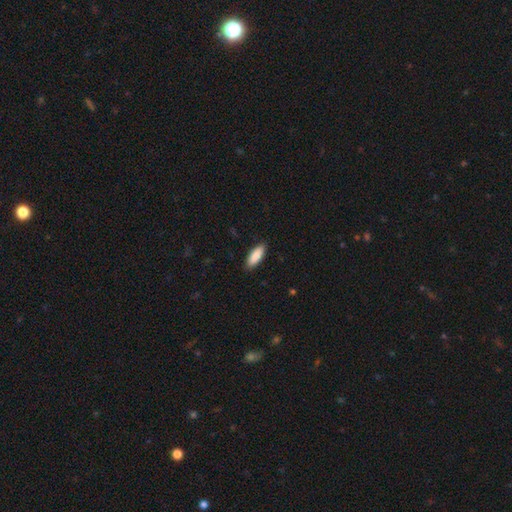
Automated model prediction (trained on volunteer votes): A smooth galaxy with no disk features (89%) that is in between round and cigar-shaped (68%). Merging: none (89%).